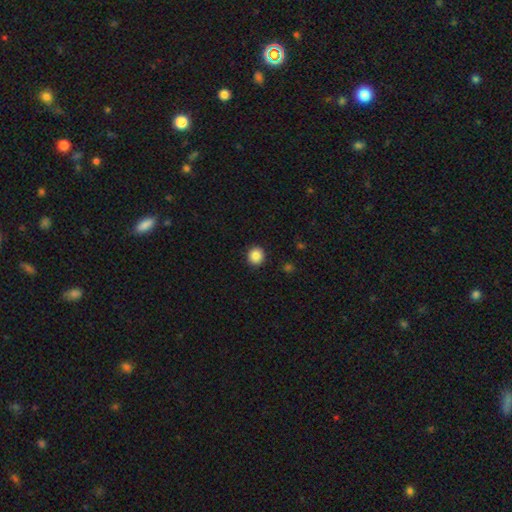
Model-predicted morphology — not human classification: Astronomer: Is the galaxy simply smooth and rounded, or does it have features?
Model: smooth — 87%.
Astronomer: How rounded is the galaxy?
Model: round — 88%.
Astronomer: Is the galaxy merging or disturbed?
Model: none — 92%.